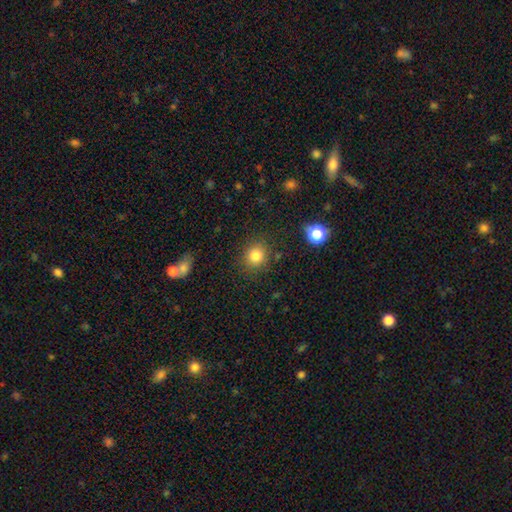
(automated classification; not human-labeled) Smooth or featured? smooth (82%)
How rounded? round (86%)
Merging? none (86%)